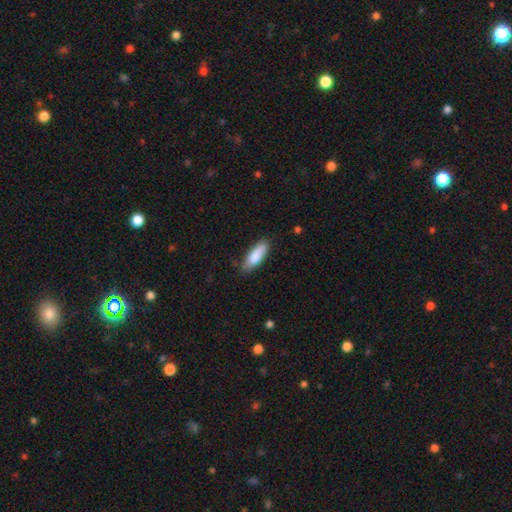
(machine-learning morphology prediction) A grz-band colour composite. It shows a smooth galaxy with no disk features (84%) that is in between round and cigar-shaped (61%). Merging: none (78%).